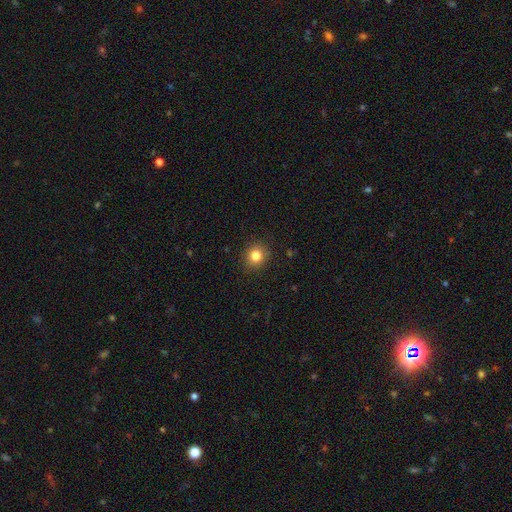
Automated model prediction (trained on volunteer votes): Q: Smooth or featured?
A: smooth (83%); runner-up: star or artifact (11%)
Q: How rounded?
A: round (82%); runner-up: in between (17%)
Q: Merging?
A: none (89%); runner-up: minor disturbance (7%)